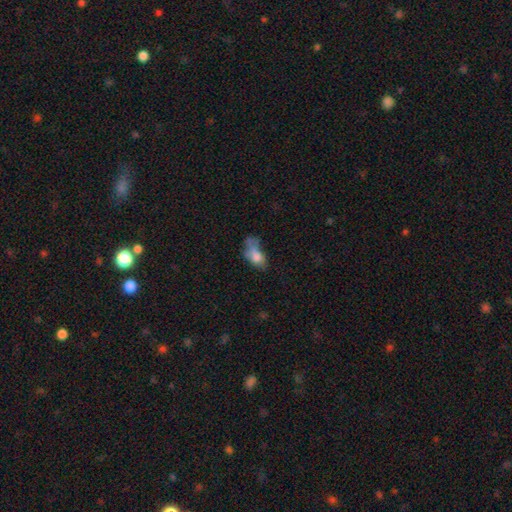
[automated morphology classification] Smooth or featured?
  - smooth: 66% *
  - featured or disk: 23%
  - star or artifact: 11%
How rounded?
  - in between: 86% *
  - round: 8%
  - cigar-shaped: 6%
Merging?
  - major disturbance: 36% *
  - none: 24%
  - minor disturbance: 24%
  - merger: 17%